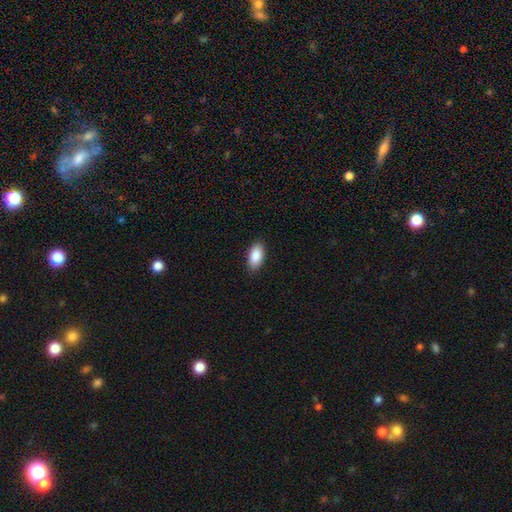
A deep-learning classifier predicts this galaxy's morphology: Q: Smooth or featured?
A: smooth (89%); runner-up: star or artifact (6%)
Q: How rounded?
A: in between (93%); runner-up: cigar-shaped (5%)
Q: Merging?
A: none (88%); runner-up: minor disturbance (9%)